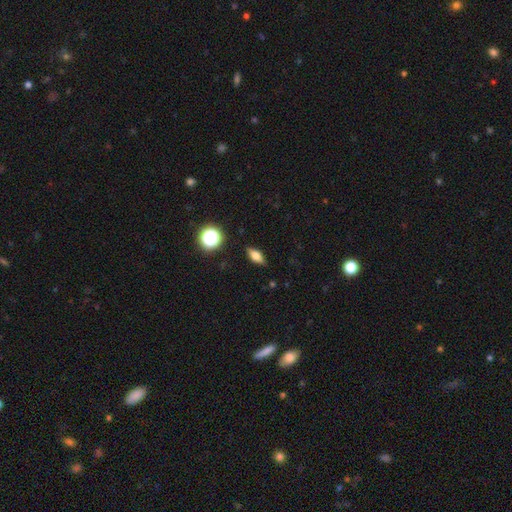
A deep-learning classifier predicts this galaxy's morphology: The model was most divided on "smooth or featured": smooth: 64%, featured or disk: 25%, star or artifact: 11%. More confident: merging — none (88%); how rounded — in between (70%).